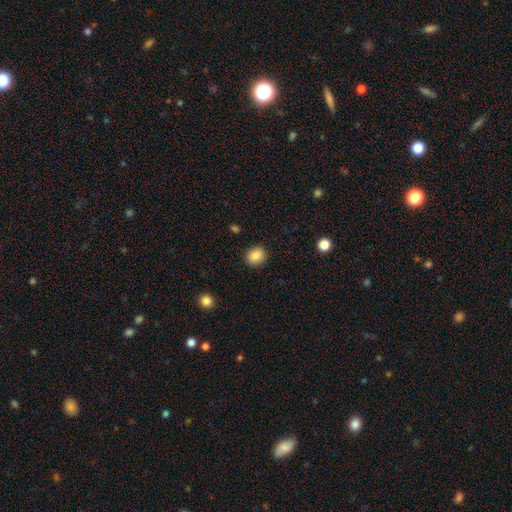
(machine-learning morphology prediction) type=smooth (86%); roundness=round (73%); merging=none (89%).